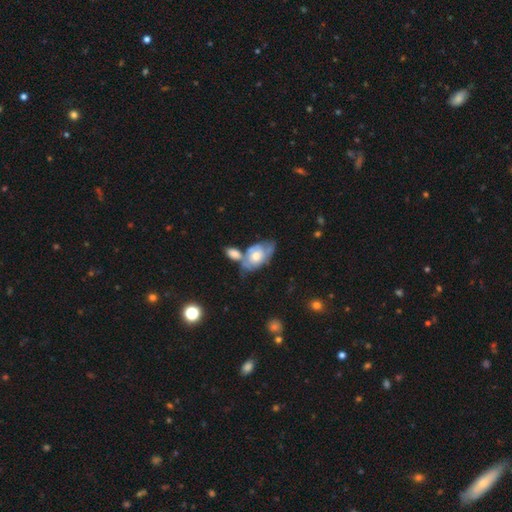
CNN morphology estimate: This appears to be a featured or disk galaxy (55%). Merging: merger (41%).